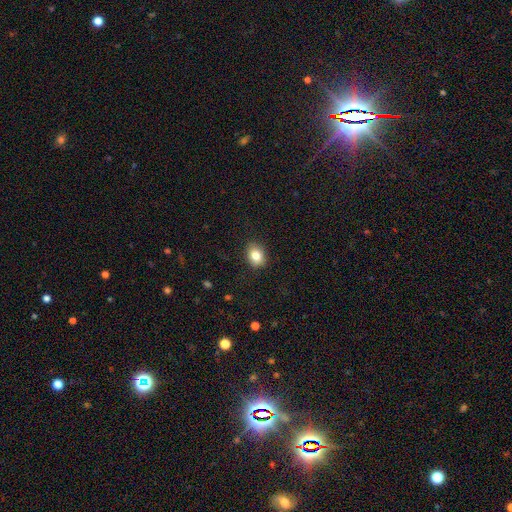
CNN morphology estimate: Smooth or featured? smooth (82%)
How rounded? in between (61%)
Merging? none (88%)